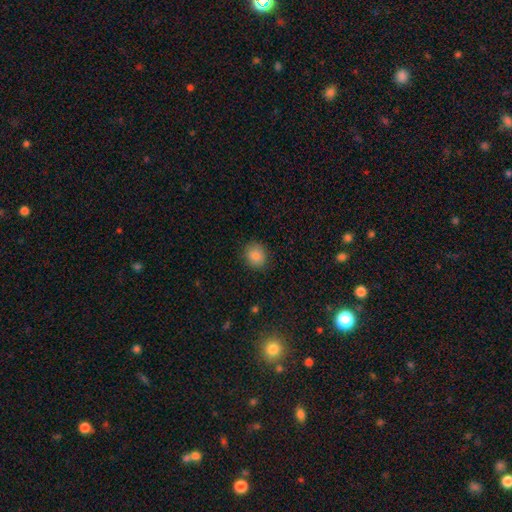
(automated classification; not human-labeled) Smooth or featured? Predicted: smooth (p=0.87). How rounded? Predicted: round (p=0.72). Merging? Predicted: none (p=0.86).